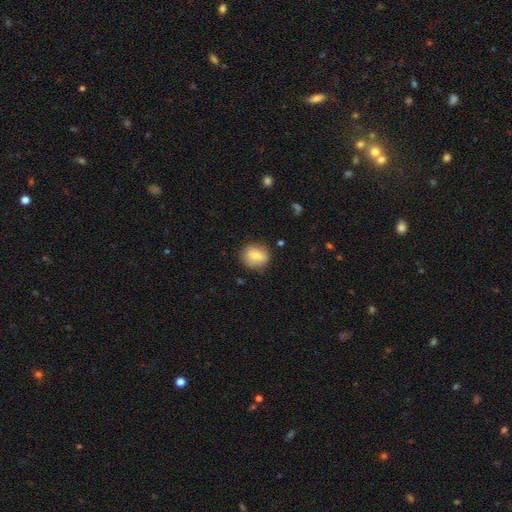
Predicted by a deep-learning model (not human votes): Q: Smooth or featured?
A: smooth (68%); runner-up: featured or disk (24%)
Q: How rounded?
A: round (78%); runner-up: in between (21%)
Q: Merging?
A: none (79%); runner-up: minor disturbance (16%)